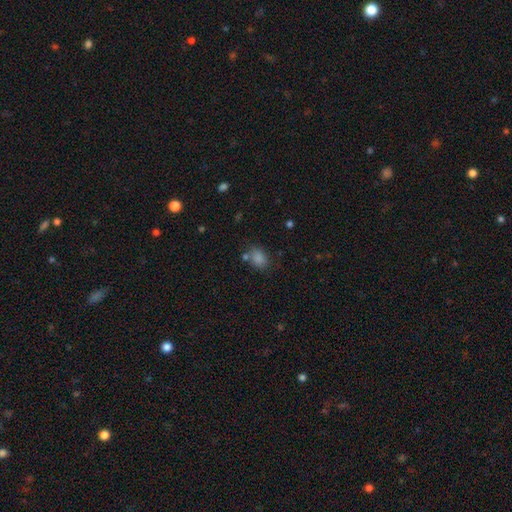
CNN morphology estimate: Smooth or featured? smooth (74%)
How rounded? in between (64%)
Merging? none (73%)